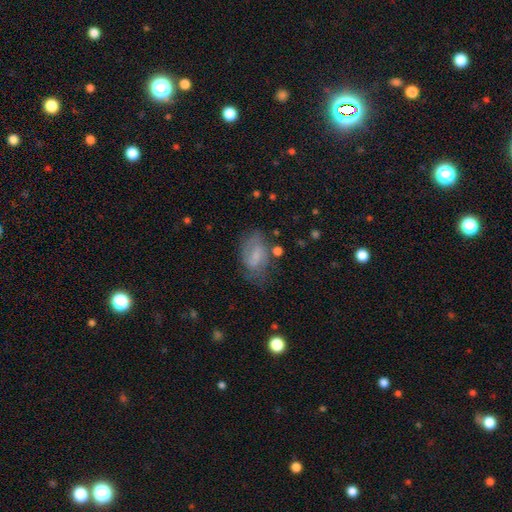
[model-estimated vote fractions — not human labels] Smooth or featured? featured or disk (49%)
Merging? none (57%)